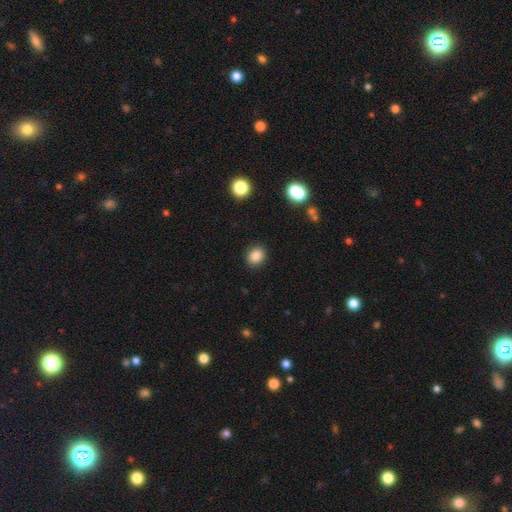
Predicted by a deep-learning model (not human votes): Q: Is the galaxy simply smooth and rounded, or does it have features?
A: smooth — 86%.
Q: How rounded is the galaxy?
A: round — 62%.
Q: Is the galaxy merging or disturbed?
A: none — 89%.